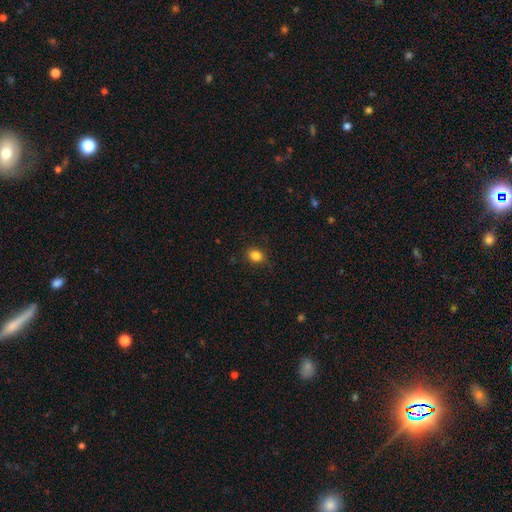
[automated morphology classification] Smooth or featured? Predicted: smooth (p=0.85). How rounded? Predicted: in between (p=0.53). Merging? Predicted: none (p=0.84).